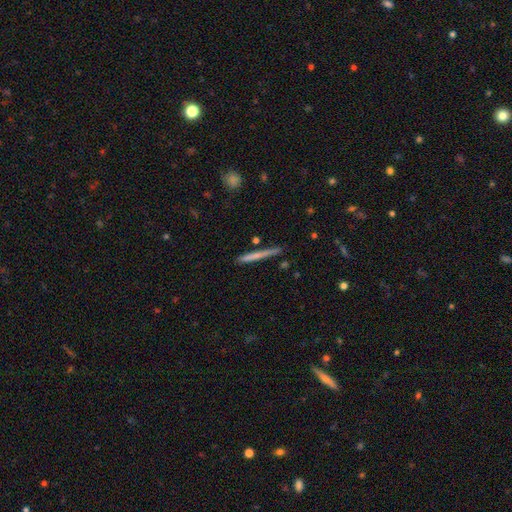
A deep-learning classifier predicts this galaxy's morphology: smooth-or-featured: smooth: 60% | featured or disk: 34% | star or artifact: 6%
  how-rounded: cigar-shaped: 97% | in between: 2% | round: 1%
  merging: none: 84% | minor disturbance: 11% | merger: 2% | major disturbance: 2%